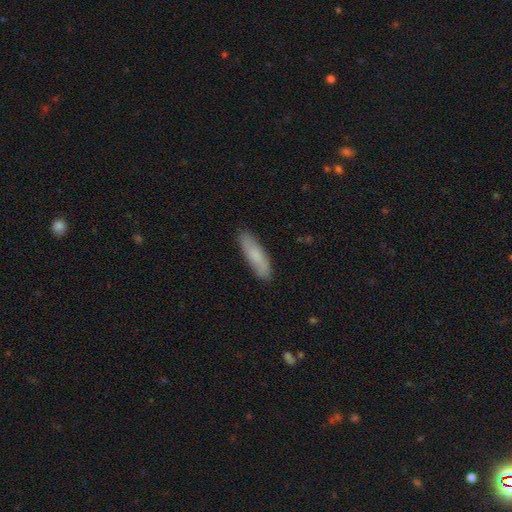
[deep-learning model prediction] Smooth or featured? Predicted: smooth (p=0.77). How rounded? Predicted: cigar-shaped (p=0.66). Merging? Predicted: none (p=0.86).